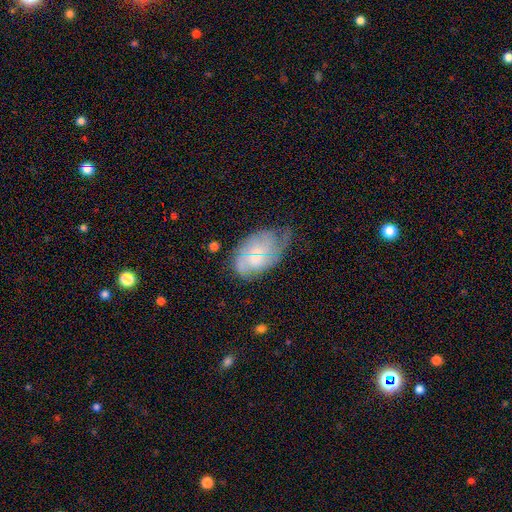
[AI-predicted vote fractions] Morphology: type=featured or disk (58%); edge-on=no (96%); bar=no (71%); spiral arms=yes (78%); bulge=small (56%); merging=none (43%).